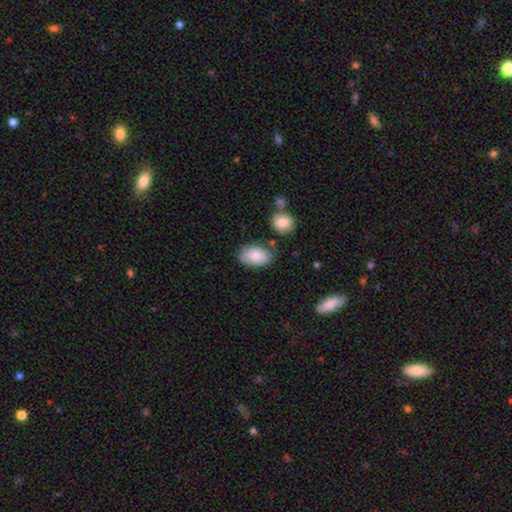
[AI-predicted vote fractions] This appears to be a smooth galaxy with no disk features (84%) that is in between round and cigar-shaped (91%). Merging: none (71%).